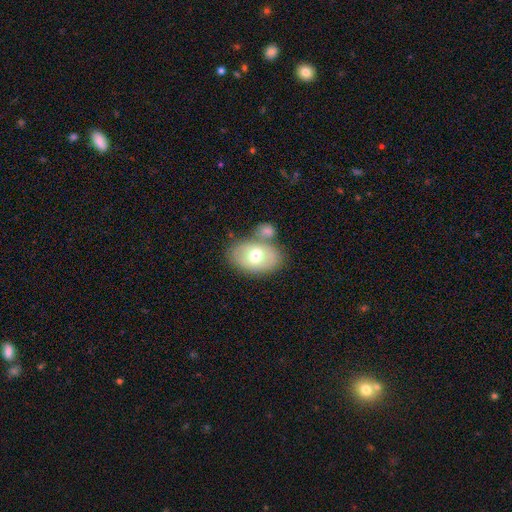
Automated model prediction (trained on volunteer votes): smooth-or-featured: smooth: 63% | featured or disk: 30% | star or artifact: 7%
  how-rounded: in between: 84% | round: 14% | cigar-shaped: 1%
  merging: none: 53% | merger: 25% | minor disturbance: 16% | major disturbance: 6%